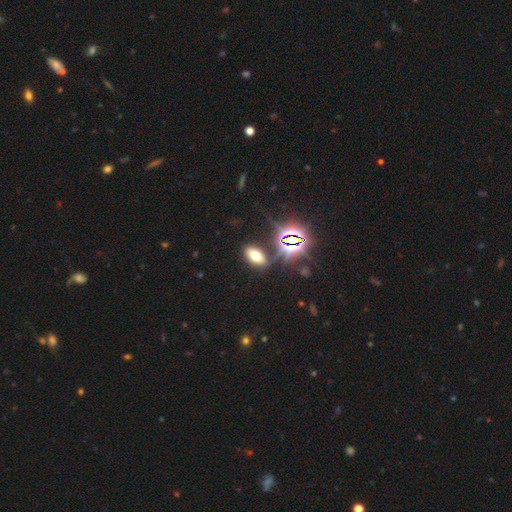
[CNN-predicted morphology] A smooth galaxy with no disk features (54%) that is in between round and cigar-shaped (88%). Merging: none (80%).